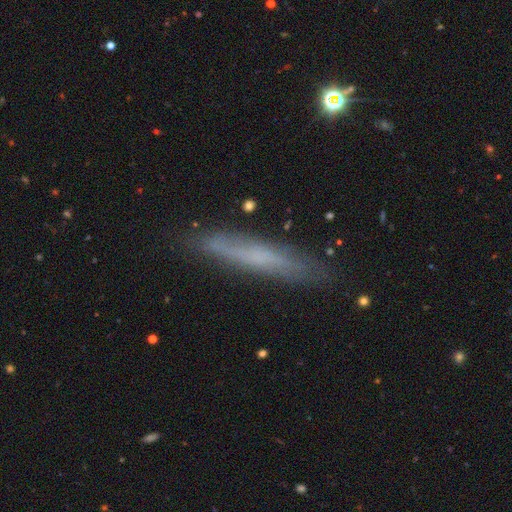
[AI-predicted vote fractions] A smooth galaxy with no disk features (49%).

Vote fractions:
- Smooth or featured? smooth: 49% / featured or disk: 42% / star or artifact: 8%
- Merging? none: 81% / minor disturbance: 14% / major disturbance: 3% / merger: 2%